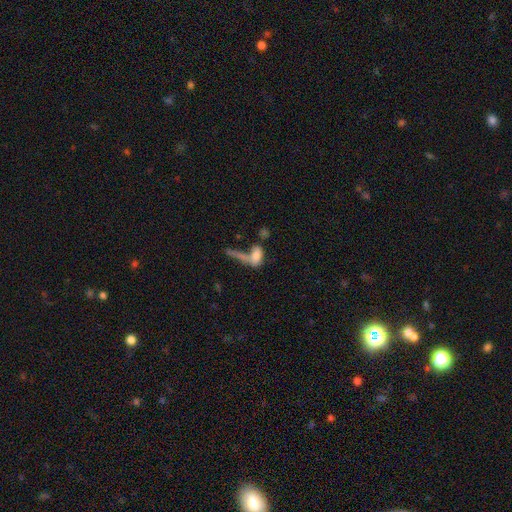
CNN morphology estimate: This appears to be a smooth galaxy with no disk features (65%) that is in between round and cigar-shaped (74%). Merging: merger (42%).